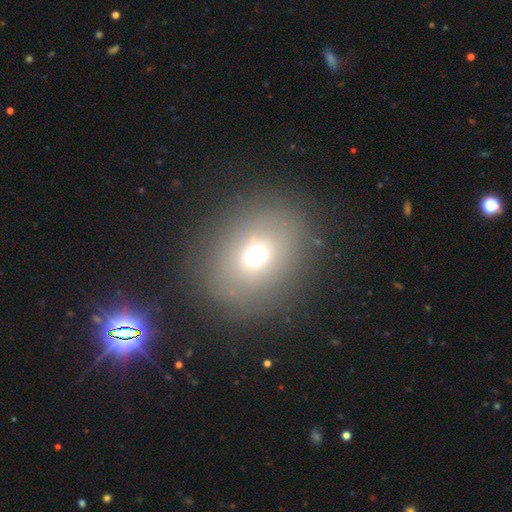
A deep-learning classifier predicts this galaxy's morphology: type=smooth (65%); roundness=round (51%); merging=none (80%).